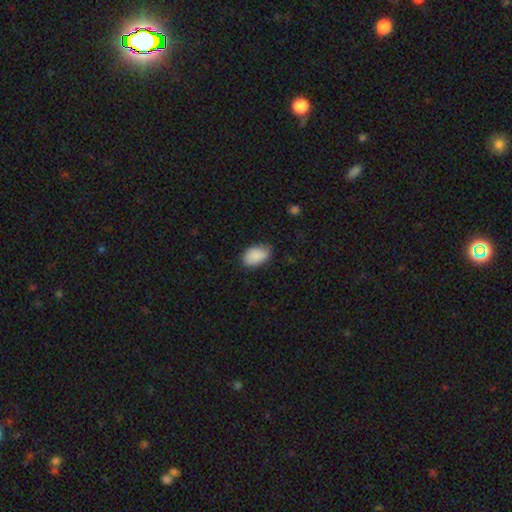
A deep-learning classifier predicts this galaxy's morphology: smooth-or-featured: smooth: 88% | star or artifact: 7% | featured or disk: 5%
  how-rounded: in between: 90% | round: 8% | cigar-shaped: 1%
  merging: none: 69% | minor disturbance: 25% | major disturbance: 5% | merger: 1%